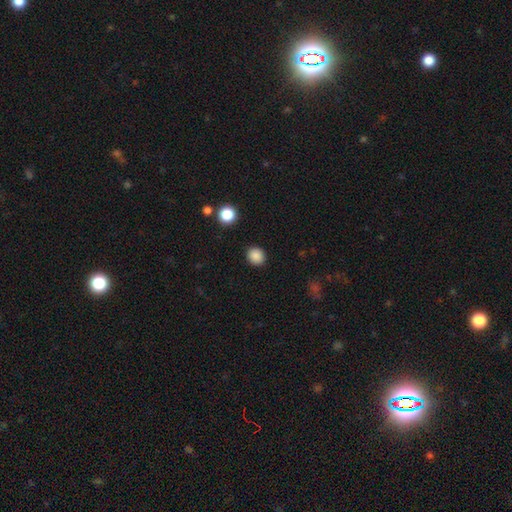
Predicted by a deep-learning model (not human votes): A smooth galaxy with no disk features (87%) that is round (77%).

Vote fractions:
- Smooth or featured? smooth: 87% / star or artifact: 10% / featured or disk: 3%
- How rounded? round: 77% / in between: 22% / cigar-shaped: 1%
- Merging? none: 90% / minor disturbance: 7% / major disturbance: 2% / merger: 1%